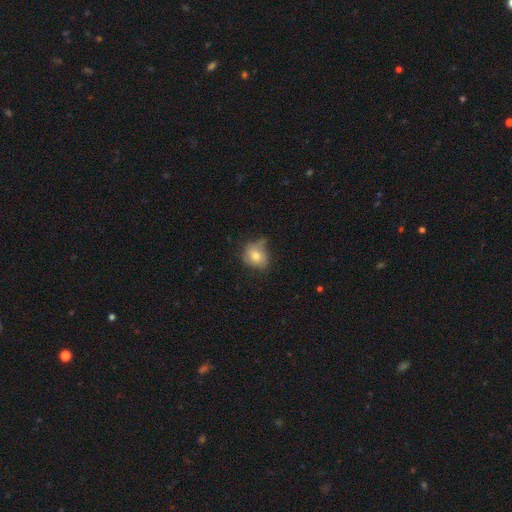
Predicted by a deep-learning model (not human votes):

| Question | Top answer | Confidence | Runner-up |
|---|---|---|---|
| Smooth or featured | smooth | 75% | featured or disk (16%) |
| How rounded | round | 58% | in between (41%) |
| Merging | none | 44% | minor disturbance (38%) |